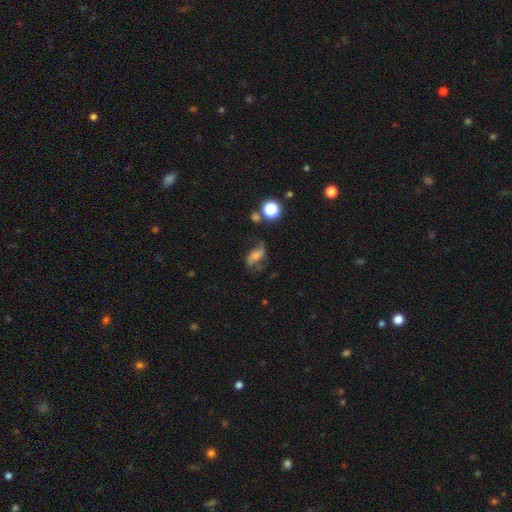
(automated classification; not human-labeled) Q: Smooth or featured?
A: featured or disk (59%); runner-up: smooth (29%)
Q: Edge-on disk?
A: no (92%); runner-up: yes (8%)
Q: Bar?
A: no (52%); runner-up: weak (28%)
Q: Spiral arms?
A: yes (87%); runner-up: no (13%)
Q: Bulge size?
A: small (43%); runner-up: moderate (36%)
Q: Merging?
A: none (55%); runner-up: minor disturbance (23%)